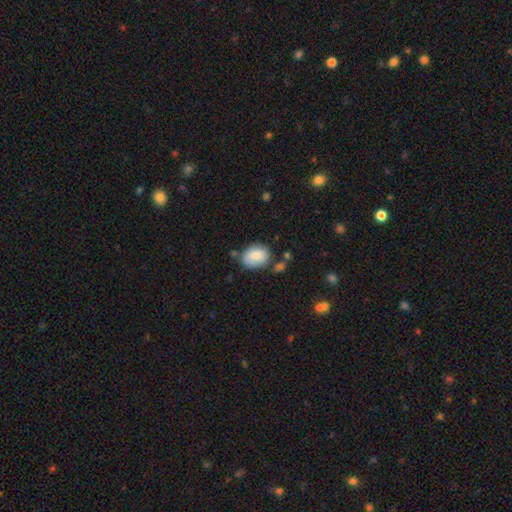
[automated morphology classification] type=smooth (84%); roundness=in between (68%); merging=none (68%).